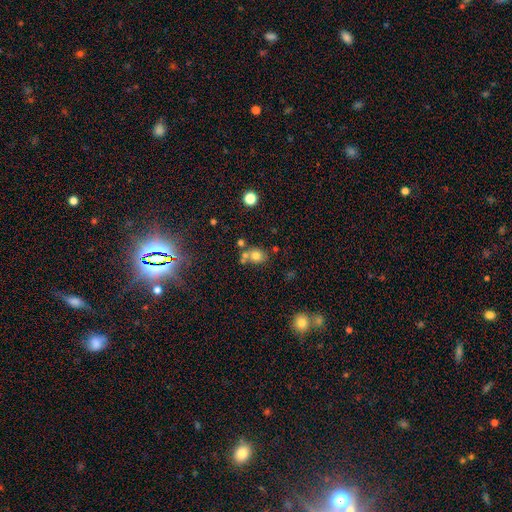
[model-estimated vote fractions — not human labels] A smooth galaxy with no disk features (73%) that is round (68%).

Vote fractions:
- Smooth or featured? smooth: 73% / star or artifact: 14% / featured or disk: 13%
- How rounded? round: 68% / in between: 31% / cigar-shaped: 1%
- Merging? none: 54% / merger: 30% / minor disturbance: 12% / major disturbance: 4%